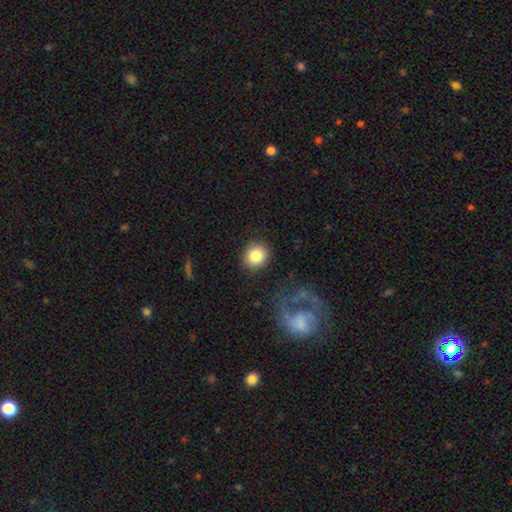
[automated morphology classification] Smooth or featured?
  - smooth: 85% *
  - star or artifact: 9%
  - featured or disk: 6%
How rounded?
  - round: 80% *
  - in between: 19%
  - cigar-shaped: 1%
Merging?
  - none: 87% *
  - minor disturbance: 8%
  - major disturbance: 3%
  - merger: 2%